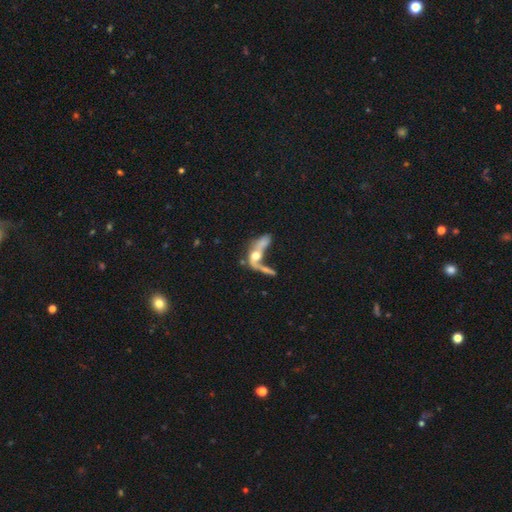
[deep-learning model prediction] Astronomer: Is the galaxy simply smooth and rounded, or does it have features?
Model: featured or disk — 49% (runner-up: smooth, 40%).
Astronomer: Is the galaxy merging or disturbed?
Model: merger — 50% (runner-up: major disturbance, 26%).